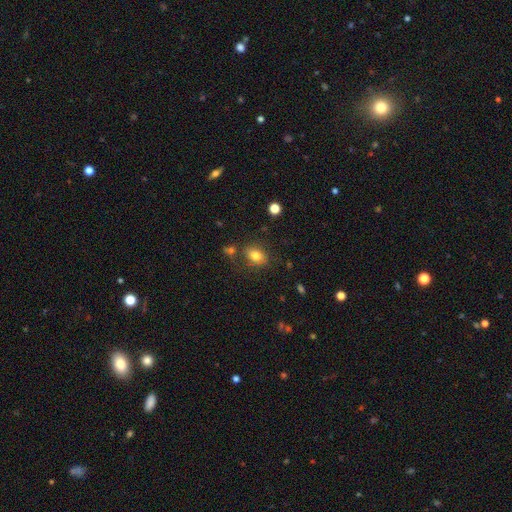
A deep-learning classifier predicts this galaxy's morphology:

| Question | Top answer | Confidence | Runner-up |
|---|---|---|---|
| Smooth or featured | smooth | 79% | star or artifact (11%) |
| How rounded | in between | 68% | round (31%) |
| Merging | none | 73% | minor disturbance (14%) |